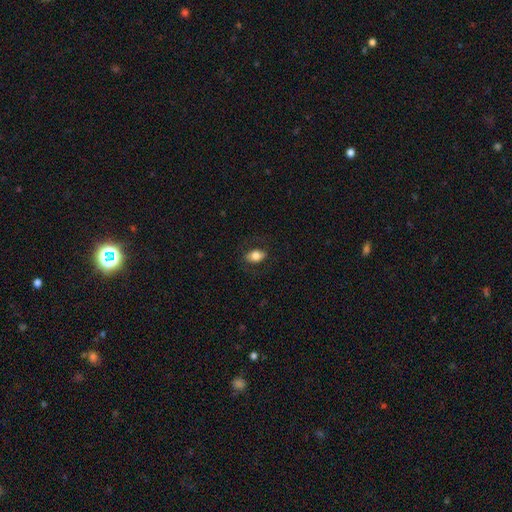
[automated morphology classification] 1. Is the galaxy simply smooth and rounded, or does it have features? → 77% smooth, 15% featured or disk, 8% star or artifact.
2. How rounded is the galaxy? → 87% in between, 11% round, 2% cigar-shaped.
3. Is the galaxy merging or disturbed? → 82% none, 12% minor disturbance, 5% major disturbance, 1% merger.